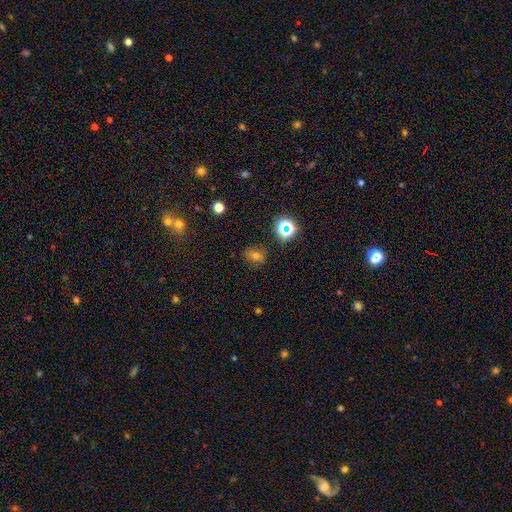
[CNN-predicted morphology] This is likely a smooth galaxy (61%). How rounded: likely round (65%). Merging: clearly none (82%).